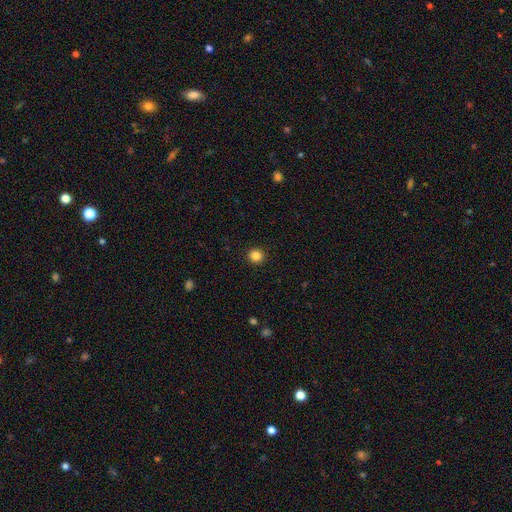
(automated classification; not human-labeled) A smooth galaxy with no disk features (85%) that is round (93%). Merging: none (93%).